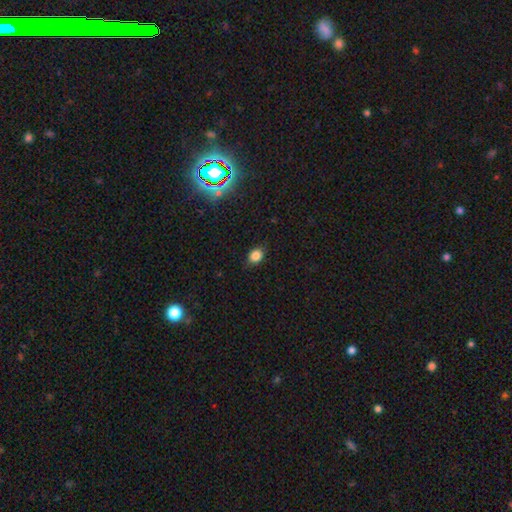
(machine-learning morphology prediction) Smooth or featured? smooth (83%)
How rounded? in between (66%)
Merging? none (84%)